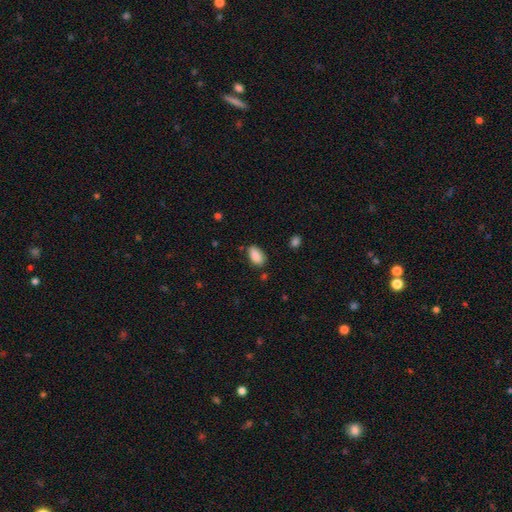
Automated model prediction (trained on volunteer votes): A smooth galaxy with no disk features (88%) that is in between round and cigar-shaped (92%). Merging: none (77%).